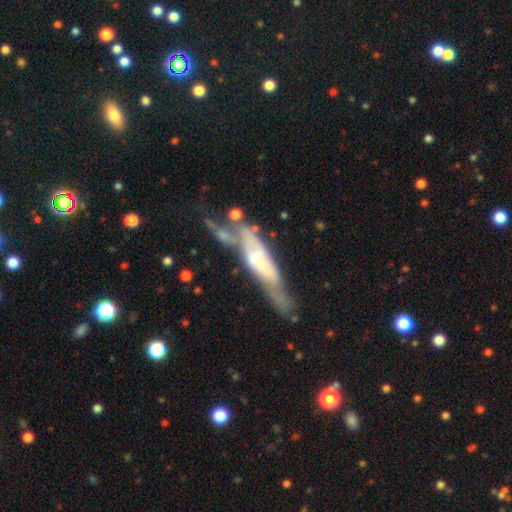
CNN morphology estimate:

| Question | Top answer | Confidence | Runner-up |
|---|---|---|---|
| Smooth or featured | featured or disk | 65% | smooth (27%) |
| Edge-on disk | yes | 54% | no (46%) |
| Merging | none | 34% | major disturbance (24%) |